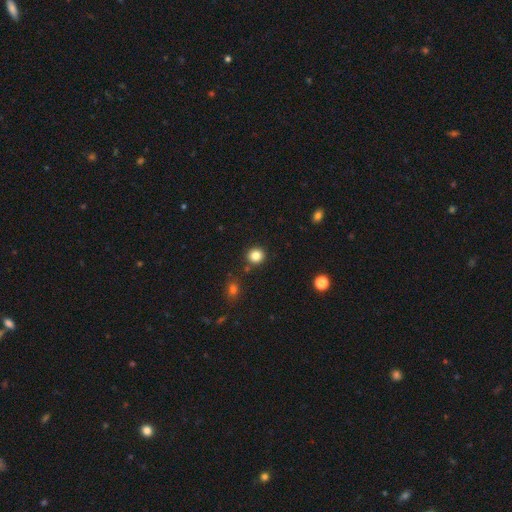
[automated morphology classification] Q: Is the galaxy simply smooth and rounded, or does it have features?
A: smooth — 84%.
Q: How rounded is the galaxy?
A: round — 90%.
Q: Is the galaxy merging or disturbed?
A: none — 87%.